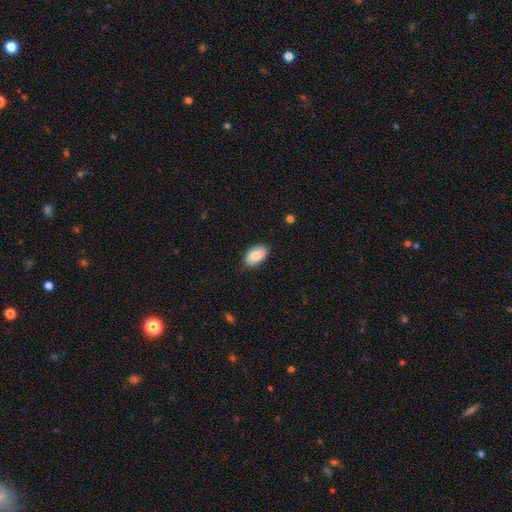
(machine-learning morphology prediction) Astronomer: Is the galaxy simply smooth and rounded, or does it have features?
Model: smooth — 78%.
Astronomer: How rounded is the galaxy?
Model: in between — 93%.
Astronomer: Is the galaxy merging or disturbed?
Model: none — 81%.